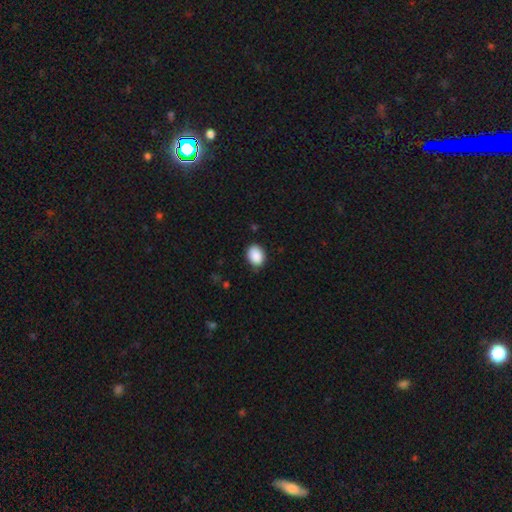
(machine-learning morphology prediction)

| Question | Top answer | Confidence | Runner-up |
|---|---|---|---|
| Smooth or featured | smooth | 90% | star or artifact (7%) |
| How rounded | in between | 75% | round (24%) |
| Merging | none | 81% | minor disturbance (15%) |